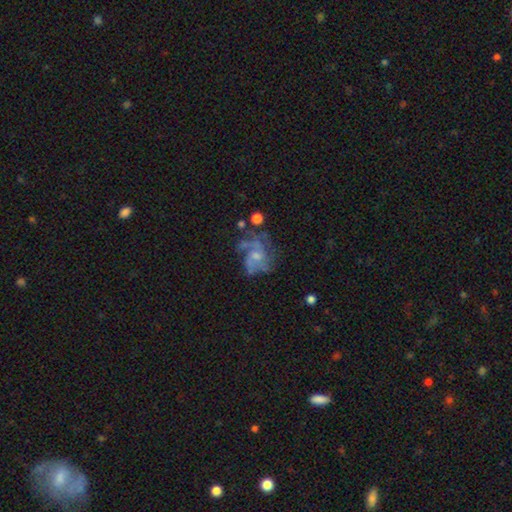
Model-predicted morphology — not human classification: This is likely a featured or disk galaxy (71%). It is clearly not viewed edge-on (98%). Bar: likely no (70%). Spiral arm pattern: likely yes (78%). Spiral arm count: marginally can't tell (32%). Spiral winding: marginally medium (44%). Central bulge: marginally small (44%). Merging: marginally none (39%).